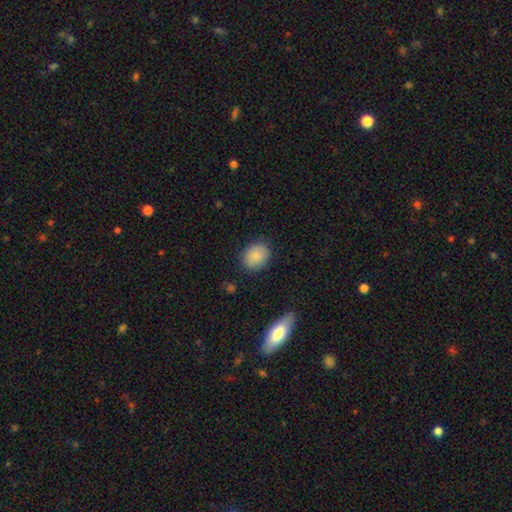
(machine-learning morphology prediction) smooth-or-featured: smooth: 86% | star or artifact: 8% | featured or disk: 5%
  how-rounded: in between: 52% | round: 47% | cigar-shaped: 1%
  merging: none: 86% | minor disturbance: 10% | major disturbance: 3% | merger: 1%